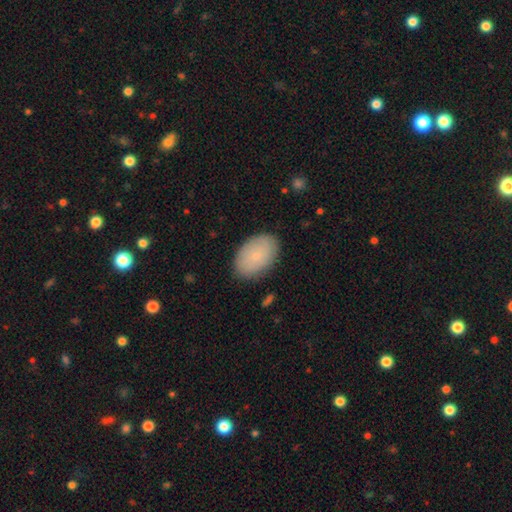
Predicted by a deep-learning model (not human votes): Morphology: type=smooth (79%); roundness=in between (91%); merging=none (86%).